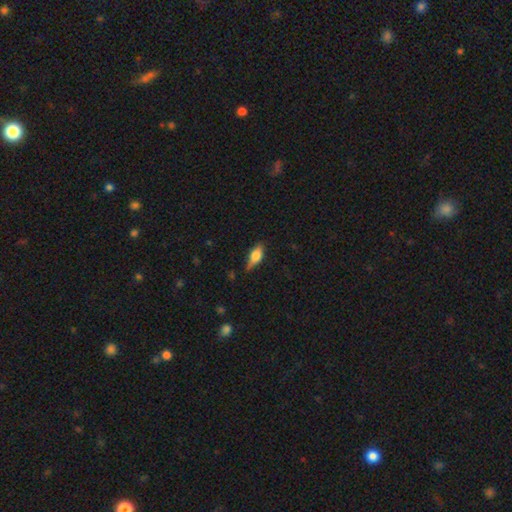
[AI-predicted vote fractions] Smooth or featured?
  - smooth: 62% *
  - featured or disk: 31%
  - star or artifact: 7%
How rounded?
  - in between: 74% *
  - cigar-shaped: 22%
  - round: 4%
Merging?
  - none: 71% *
  - minor disturbance: 23%
  - major disturbance: 4%
  - merger: 2%